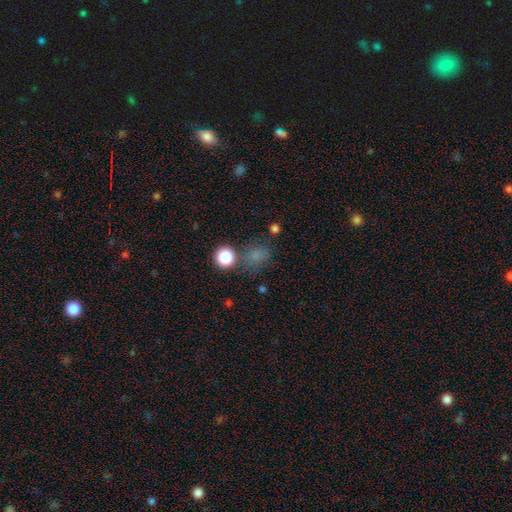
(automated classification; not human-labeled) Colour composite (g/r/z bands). It shows a smooth galaxy with no disk features (71%) that is round (62%). Merging: none (67%).